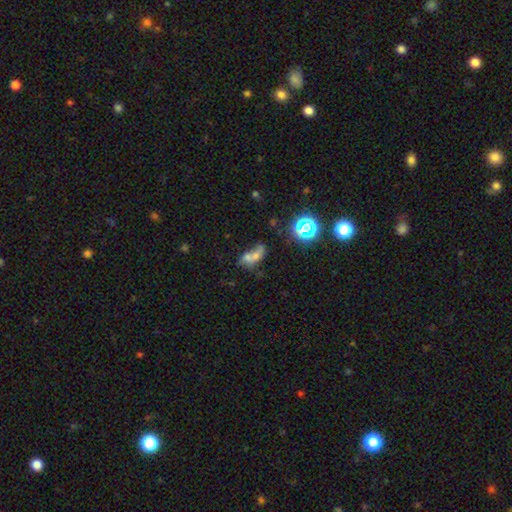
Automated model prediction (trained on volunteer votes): Smooth or featured?
  - smooth: 52% *
  - featured or disk: 26%
  - star or artifact: 22%
How rounded?
  - in between: 69% *
  - round: 23%
  - cigar-shaped: 8%
Merging?
  - merger: 63% *
  - none: 20%
  - major disturbance: 9%
  - minor disturbance: 8%